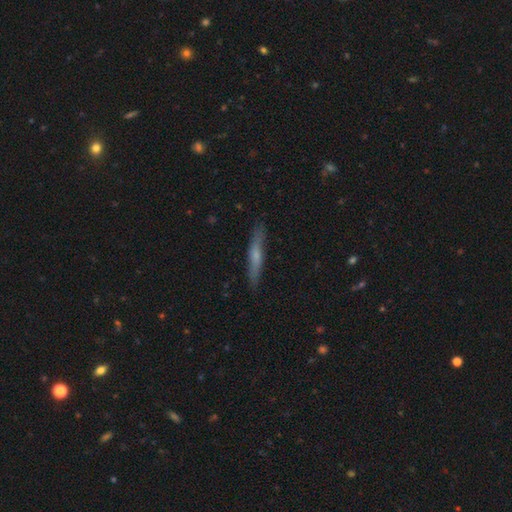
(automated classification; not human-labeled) Smooth or featured? smooth (49%)
Merging? none (87%)